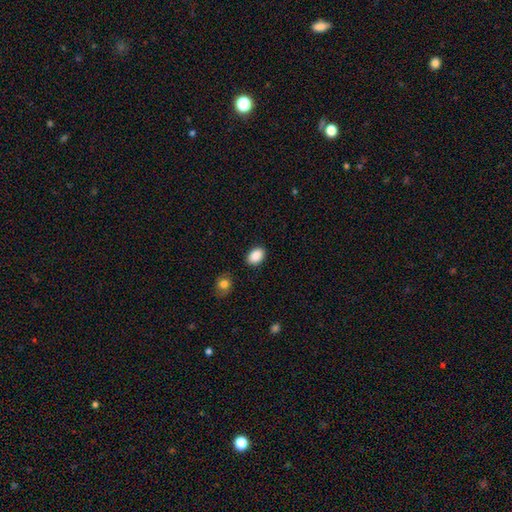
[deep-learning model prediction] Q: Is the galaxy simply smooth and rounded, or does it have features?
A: smooth — 89%.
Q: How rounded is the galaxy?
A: in between — 84%.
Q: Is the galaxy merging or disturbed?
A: none — 86%.